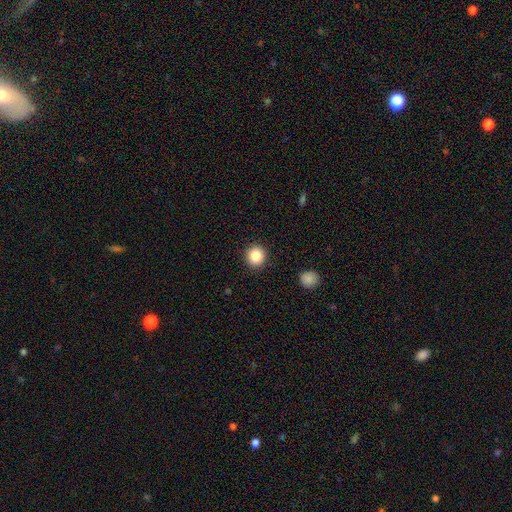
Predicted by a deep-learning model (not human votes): Overall: smooth (86%). How rounded: round (91%). Merging: none (92%).